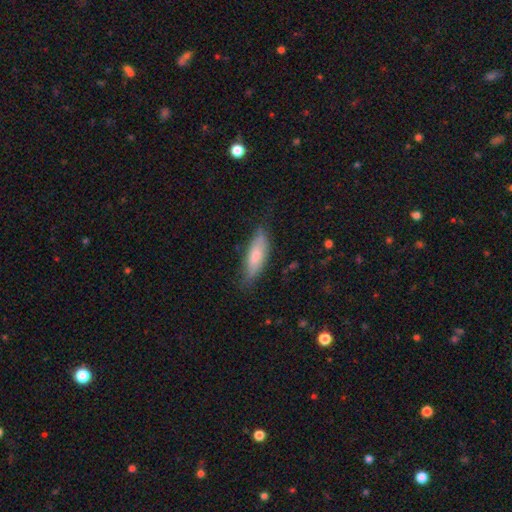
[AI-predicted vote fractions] The model was most divided on "how rounded": in between: 54%, cigar-shaped: 44%, round: 2%. More confident: merging — none (73%); smooth or featured — smooth (72%).